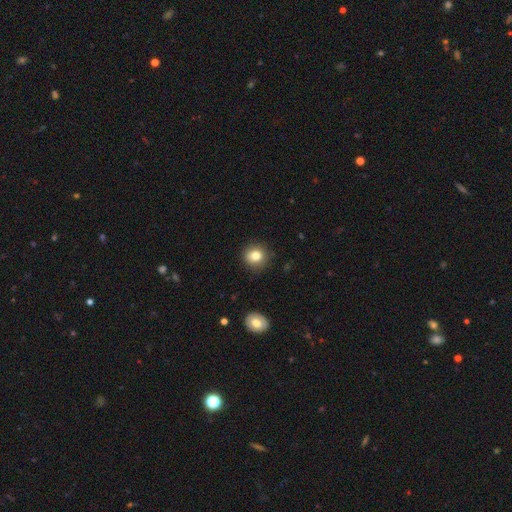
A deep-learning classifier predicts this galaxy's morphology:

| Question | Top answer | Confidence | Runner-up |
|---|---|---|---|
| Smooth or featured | smooth | 81% | star or artifact (11%) |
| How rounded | round | 88% | in between (11%) |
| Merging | none | 88% | minor disturbance (8%) |